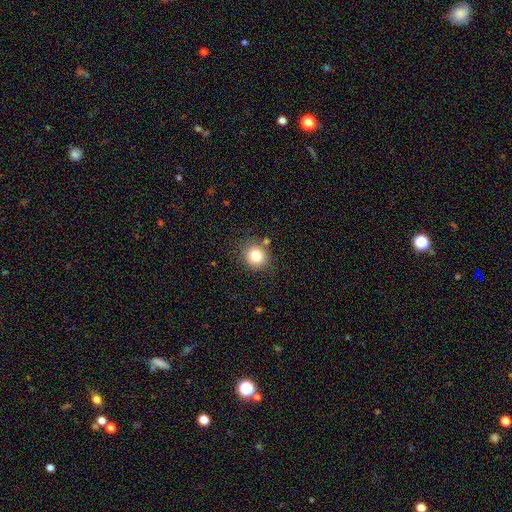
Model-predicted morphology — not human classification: smooth_or_featured: smooth (p=0.80) [alt: star or artifact p=0.12]
how_rounded: round (p=0.85) [alt: in between p=0.14]
merging: none (p=0.82) [alt: minor disturbance p=0.10]